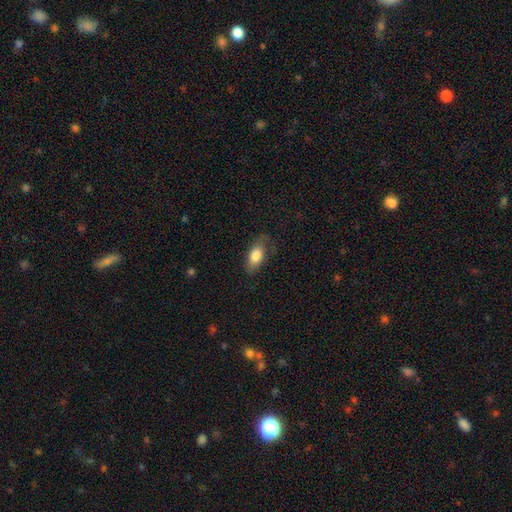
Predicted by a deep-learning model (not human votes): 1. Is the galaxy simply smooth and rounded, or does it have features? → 78% smooth, 15% featured or disk, 7% star or artifact.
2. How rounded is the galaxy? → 88% in between, 7% cigar-shaped, 5% round.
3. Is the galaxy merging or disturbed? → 68% none, 23% minor disturbance, 8% major disturbance, 1% merger.